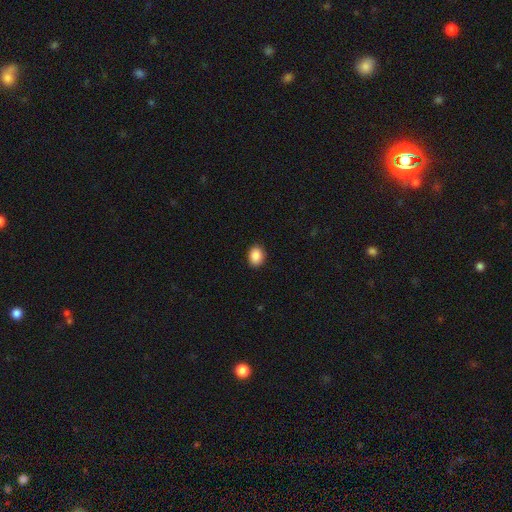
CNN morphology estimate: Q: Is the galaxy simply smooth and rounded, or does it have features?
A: smooth — 89%.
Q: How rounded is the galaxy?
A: in between — 65%.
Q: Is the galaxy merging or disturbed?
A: none — 90%.